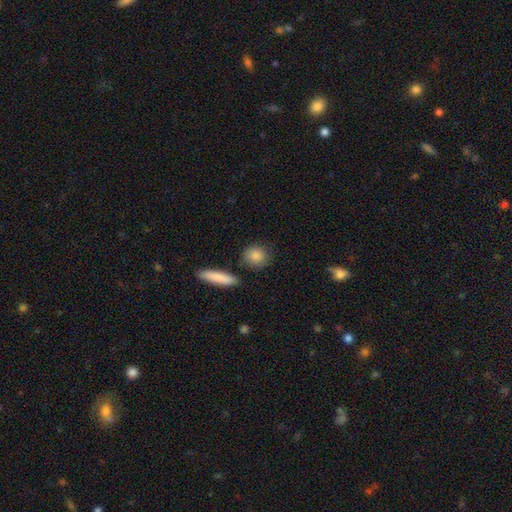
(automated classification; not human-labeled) This appears to be a smooth galaxy with no disk features (87%) that is round (73%). Merging: none (82%).